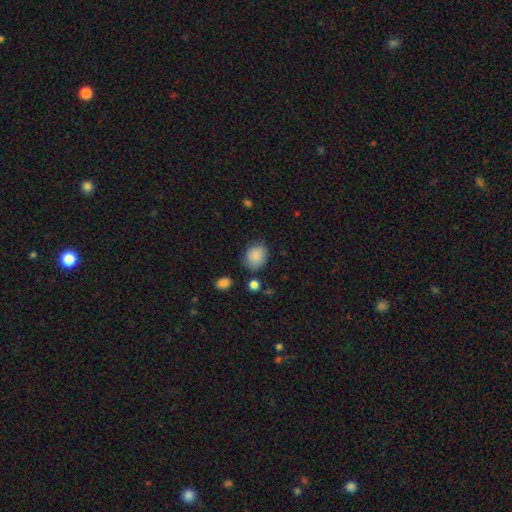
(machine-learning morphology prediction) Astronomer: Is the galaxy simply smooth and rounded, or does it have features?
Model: smooth — 87%.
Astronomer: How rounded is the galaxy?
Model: round — 55% (runner-up: in between, 44%).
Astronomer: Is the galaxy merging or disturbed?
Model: none — 75%.